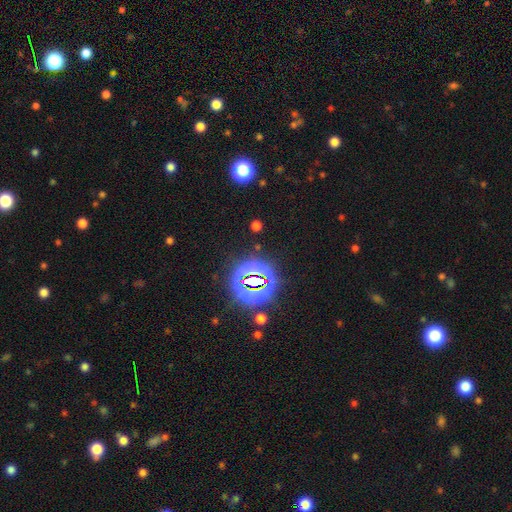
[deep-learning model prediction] star or artifact 83%, smooth 10%, featured or disk 7%.